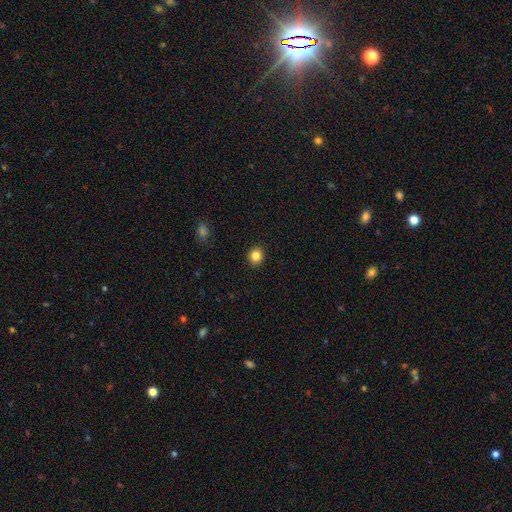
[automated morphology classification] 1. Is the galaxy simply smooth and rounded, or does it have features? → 84% smooth, 11% star or artifact, 4% featured or disk.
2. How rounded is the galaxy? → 87% round, 12% in between, 1% cigar-shaped.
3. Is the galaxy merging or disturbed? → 92% none, 5% minor disturbance, 2% major disturbance, 1% merger.